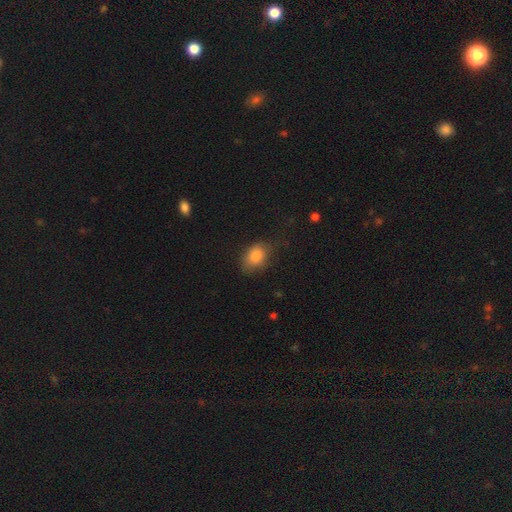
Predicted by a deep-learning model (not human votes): This is clearly a smooth galaxy (84%). How rounded: likely in between (74%). Merging: likely none (62%).